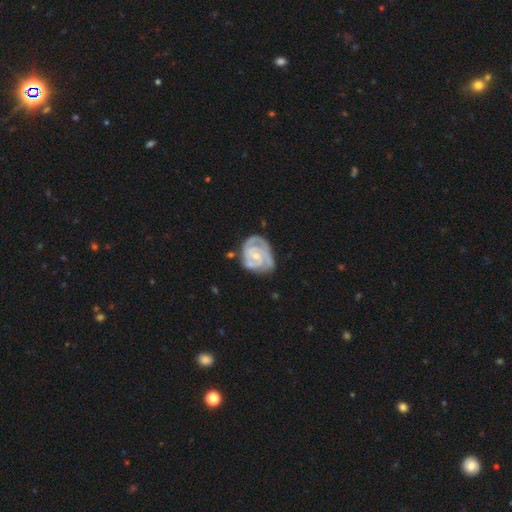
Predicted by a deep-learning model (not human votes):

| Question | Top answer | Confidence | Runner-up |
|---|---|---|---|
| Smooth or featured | featured or disk | 88% | smooth (8%) |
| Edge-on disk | no | 98% | yes (2%) |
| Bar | no | 58% | weak (34%) |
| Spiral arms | yes | 97% | no (3%) |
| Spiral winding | tight | 70% | medium (26%) |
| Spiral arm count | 2 | 36% | 3 (35%) |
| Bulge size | small | 55% | moderate (38%) |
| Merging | none | 59% | minor disturbance (26%) |